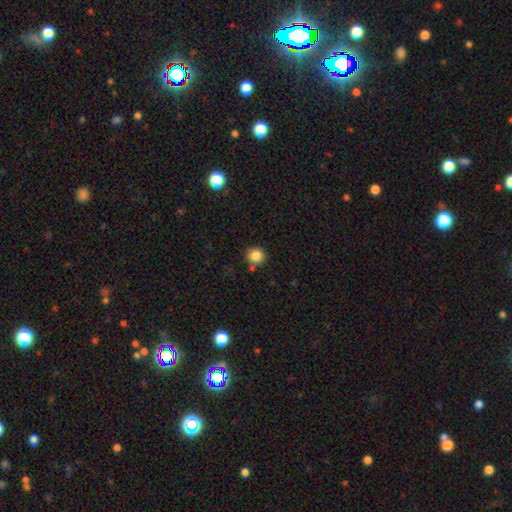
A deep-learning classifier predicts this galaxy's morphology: Overall: smooth (85%). How rounded: round (94%). Merging: none (83%).